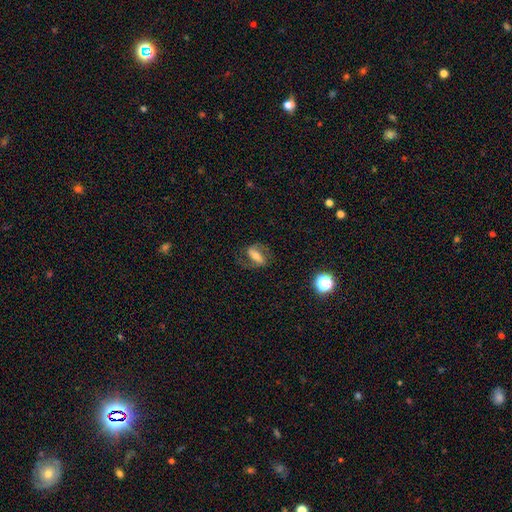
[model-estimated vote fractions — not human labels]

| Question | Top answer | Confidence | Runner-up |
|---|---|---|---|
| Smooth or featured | featured or disk | 65% | smooth (26%) |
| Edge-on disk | no | 92% | yes (8%) |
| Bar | strong | 54% | weak (29%) |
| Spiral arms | yes | 87% | no (13%) |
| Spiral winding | medium | 47% | loose (34%) |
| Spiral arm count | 2 | 88% | can't tell (5%) |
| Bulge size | moderate | 47% | small (30%) |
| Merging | none | 72% | minor disturbance (15%) |